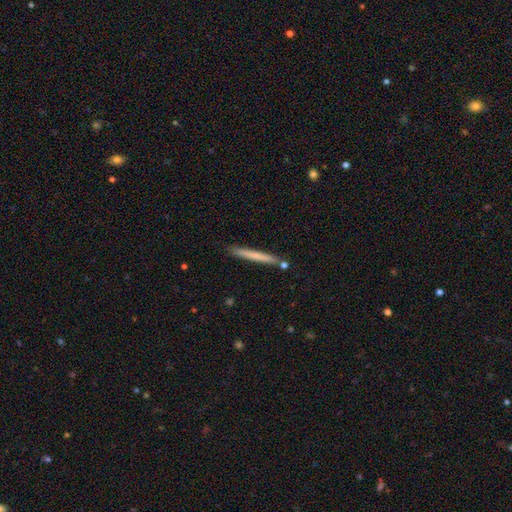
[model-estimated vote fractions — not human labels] Smooth or featured: smooth — 65% (featured or disk — 29%)
How rounded: cigar-shaped — 97% (in between — 2%)
Merging: none — 87% (minor disturbance — 8%)